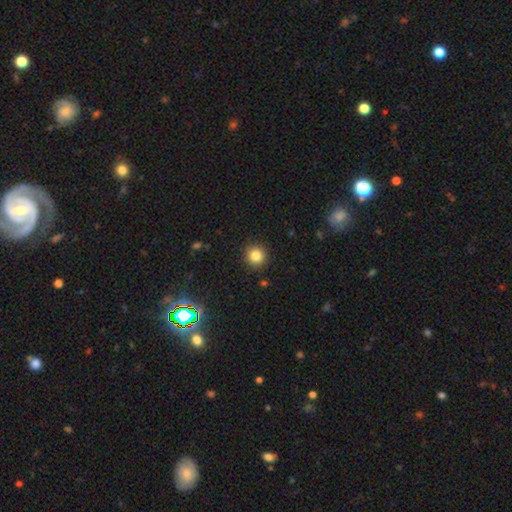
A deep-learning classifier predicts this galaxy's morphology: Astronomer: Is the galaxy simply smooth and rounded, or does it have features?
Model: smooth — 83%.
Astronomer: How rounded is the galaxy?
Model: round — 94%.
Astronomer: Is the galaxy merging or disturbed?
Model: none — 92%.